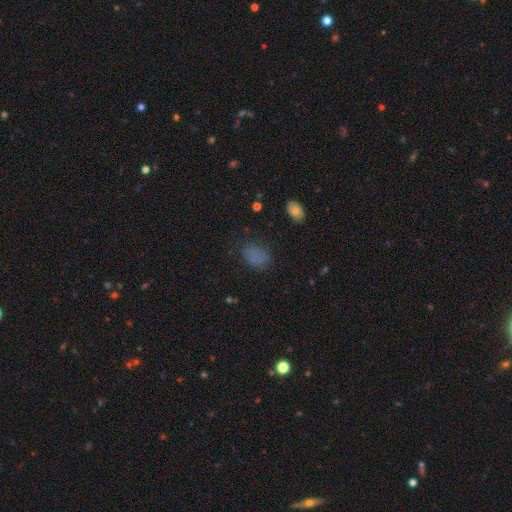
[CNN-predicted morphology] smooth_or_featured: smooth (p=0.75) [alt: star or artifact p=0.16]
how_rounded: in between (p=0.78) [alt: round p=0.20]
merging: none (p=0.69) [alt: minor disturbance p=0.20]